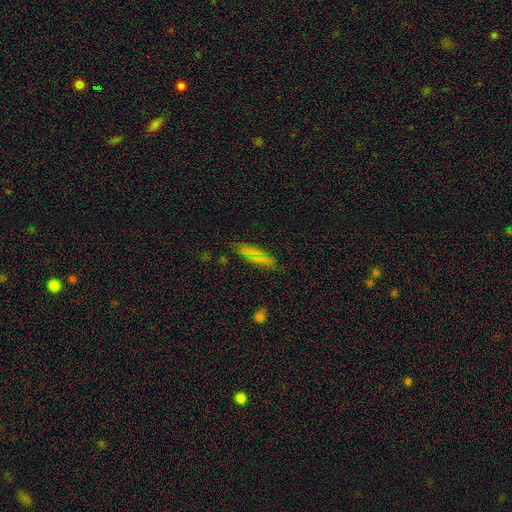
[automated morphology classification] smooth-or-featured: smooth: 66% | star or artifact: 19% | featured or disk: 15%
  how-rounded: cigar-shaped: 60% | in between: 36% | round: 4%
  merging: none: 83% | minor disturbance: 13% | major disturbance: 3% | merger: 2%